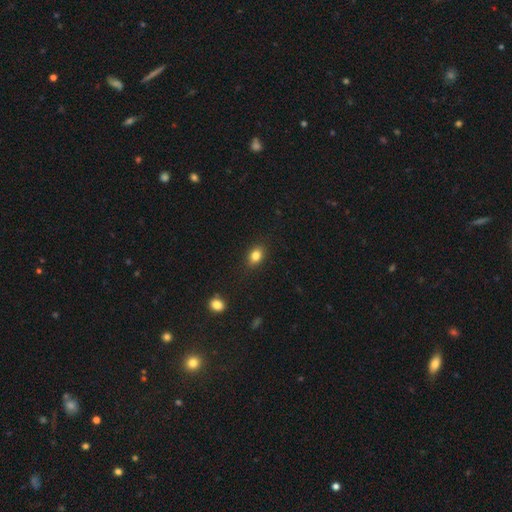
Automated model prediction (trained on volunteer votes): Smooth or featured: smooth — 82% (star or artifact — 10%)
How rounded: in between — 69% (round — 30%)
Merging: none — 86% (minor disturbance — 10%)